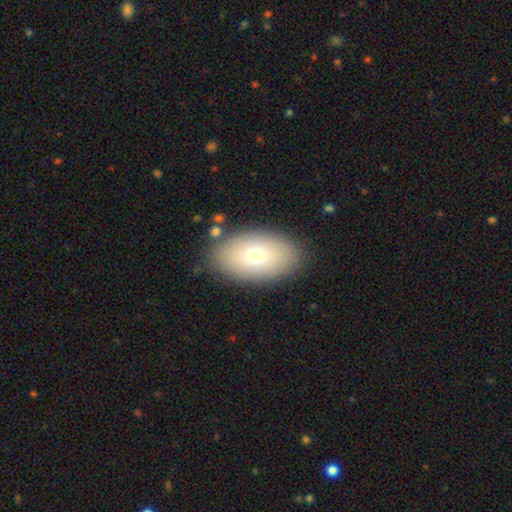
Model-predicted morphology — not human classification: A smooth galaxy with no disk features (72%) that is in between round and cigar-shaped (91%).

Vote fractions:
- Smooth or featured? smooth: 72% / featured or disk: 20% / star or artifact: 9%
- How rounded? in between: 91% / round: 7% / cigar-shaped: 2%
- Merging? none: 86% / minor disturbance: 10% / major disturbance: 3% / merger: 2%